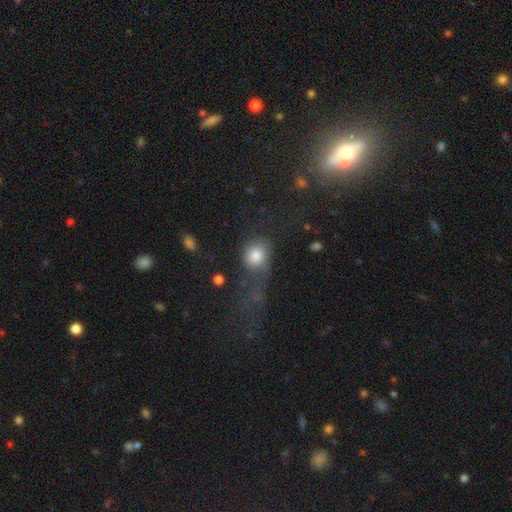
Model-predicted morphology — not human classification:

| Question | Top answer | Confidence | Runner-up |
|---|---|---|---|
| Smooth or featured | smooth | 76% | featured or disk (13%) |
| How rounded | round | 66% | in between (32%) |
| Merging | major disturbance | 48% | none (26%) |